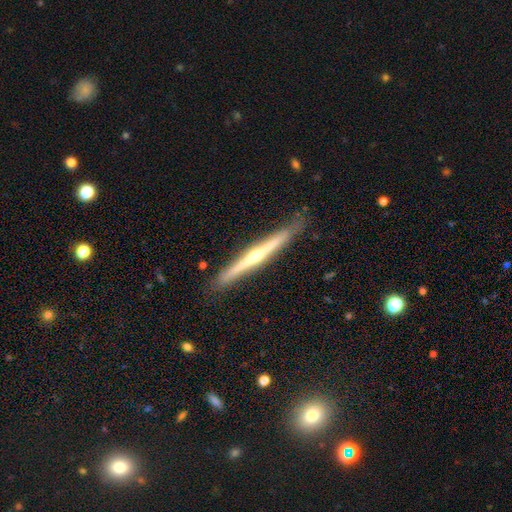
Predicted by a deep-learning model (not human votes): featured or disk 78%, smooth 17%, star or artifact 5%. Down the decision tree: edge-on disk — yes (98%); edge-on bulge — rounded (85%); merging — none (86%).